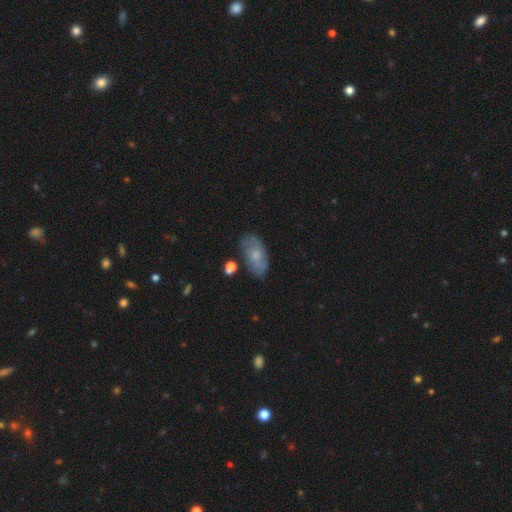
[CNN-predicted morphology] Smooth or featured? featured or disk (51%)
Edge-on disk? no (93%)
Merging? none (71%)